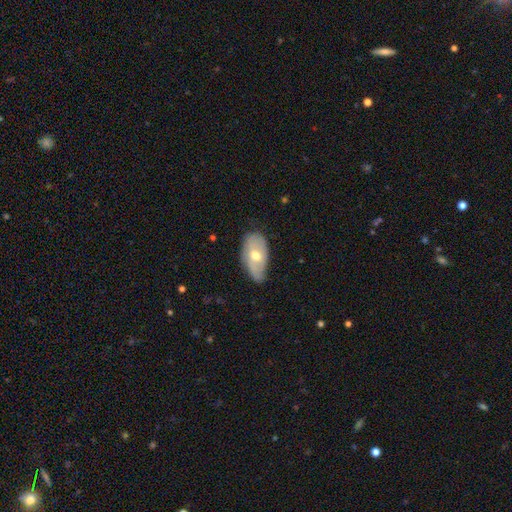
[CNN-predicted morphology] Smooth or featured?
  - smooth: 53% *
  - featured or disk: 40%
  - star or artifact: 7%
How rounded?
  - in between: 93% *
  - round: 5%
  - cigar-shaped: 3%
Merging?
  - none: 55% *
  - minor disturbance: 36%
  - major disturbance: 8%
  - merger: 2%